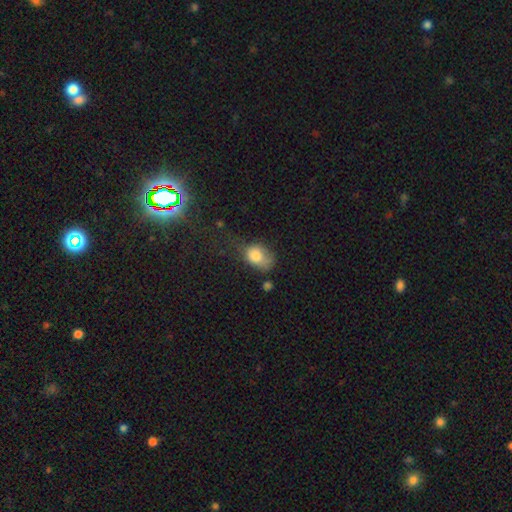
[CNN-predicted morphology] smooth 79%, featured or disk 12%, star or artifact 9%. Down the decision tree: how rounded — in between (70%); merging — minor disturbance (36%).